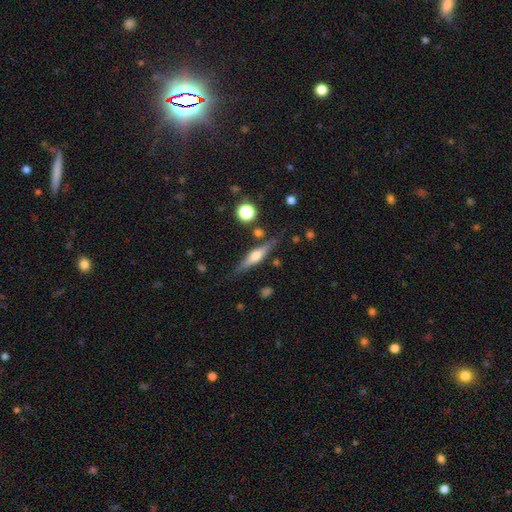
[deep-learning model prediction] This appears to be a featured or disk galaxy (62%) viewed edge-on (94%) with a rounded central bulge (89%). Merging: none (80%).